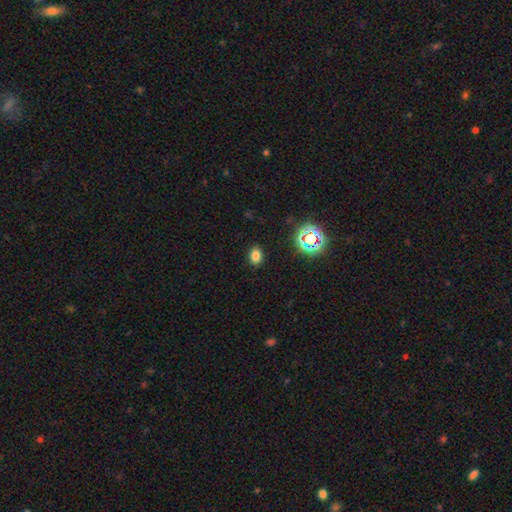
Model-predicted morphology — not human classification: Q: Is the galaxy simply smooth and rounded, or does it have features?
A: smooth — 76%.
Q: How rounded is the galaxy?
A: in between — 74%.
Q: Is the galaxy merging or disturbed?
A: none — 88%.